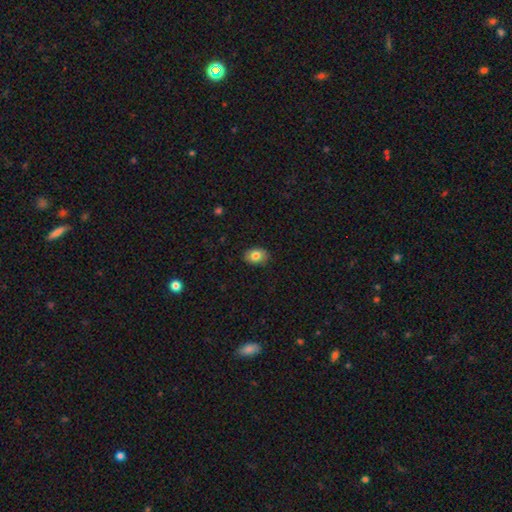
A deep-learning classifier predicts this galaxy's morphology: The model was most divided on "how rounded": in between: 76%, round: 23%, cigar-shaped: 1%. More confident: merging — none (86%); smooth or featured — smooth (80%).